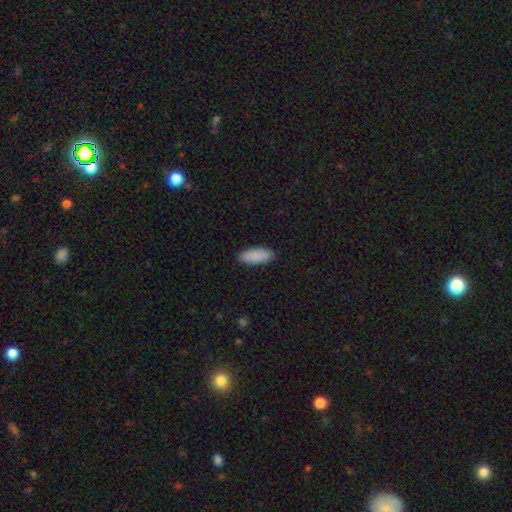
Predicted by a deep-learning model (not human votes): This appears to be a smooth galaxy with no disk features (90%) that is in between round and cigar-shaped (77%). Merging: none (89%).